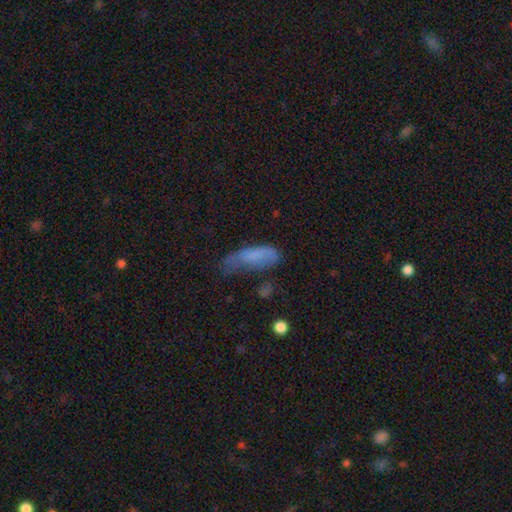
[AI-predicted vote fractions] smooth-or-featured: smooth: 69% | featured or disk: 20% | star or artifact: 11%
  how-rounded: in between: 60% | cigar-shaped: 37% | round: 3%
  merging: minor disturbance: 35% | none: 33% | major disturbance: 27% | merger: 5%